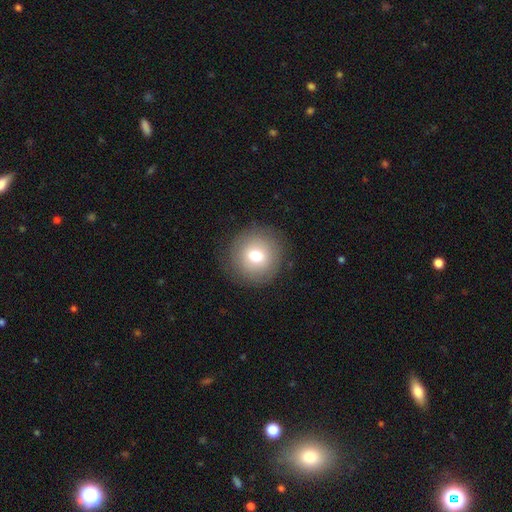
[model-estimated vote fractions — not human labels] Smooth or featured?
  - smooth: 73% *
  - featured or disk: 16%
  - star or artifact: 11%
How rounded?
  - round: 94% *
  - in between: 5%
  - cigar-shaped: 1%
Merging?
  - none: 88% *
  - minor disturbance: 8%
  - major disturbance: 3%
  - merger: 1%